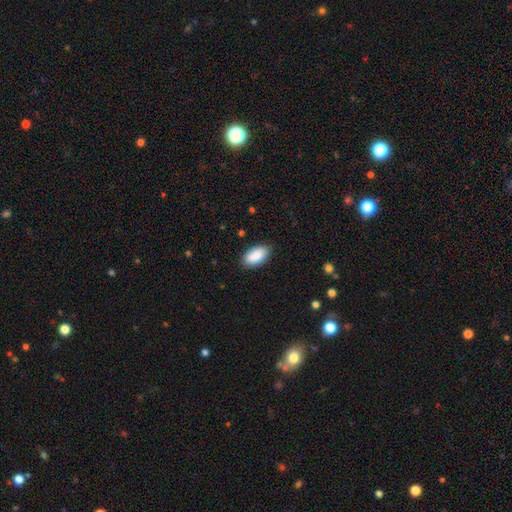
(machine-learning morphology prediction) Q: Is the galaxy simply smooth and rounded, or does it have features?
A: smooth — 88%.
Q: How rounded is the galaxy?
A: in between — 95%.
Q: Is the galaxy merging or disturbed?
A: none — 86%.